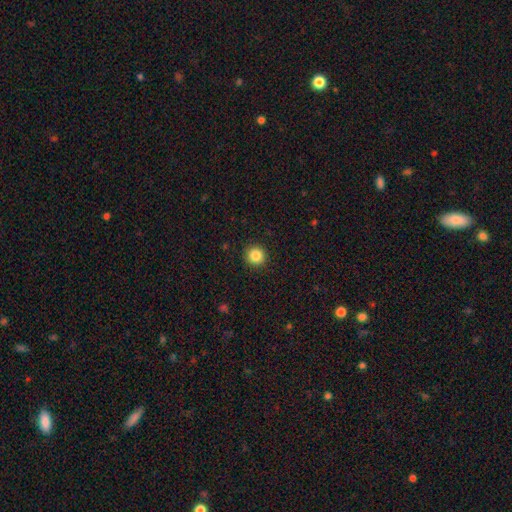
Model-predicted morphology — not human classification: A smooth galaxy with no disk features (85%) that is round (94%).

Vote fractions:
- Smooth or featured? smooth: 85% / star or artifact: 11% / featured or disk: 4%
- How rounded? round: 94% / in between: 5% / cigar-shaped: 1%
- Merging? none: 92% / minor disturbance: 5% / major disturbance: 2% / merger: 1%